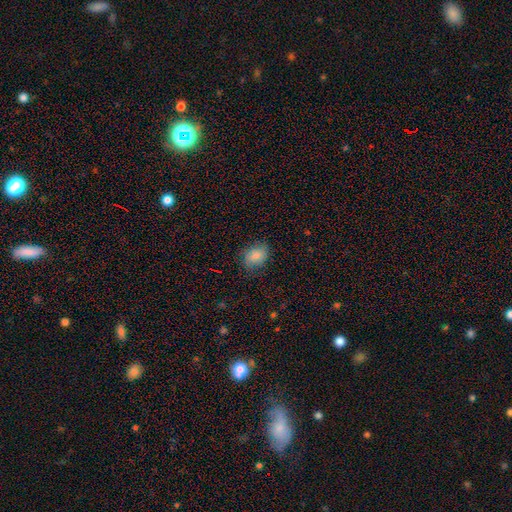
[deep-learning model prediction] This appears to be a smooth galaxy with no disk features (83%) that is in between round and cigar-shaped (74%). Merging: none (78%).